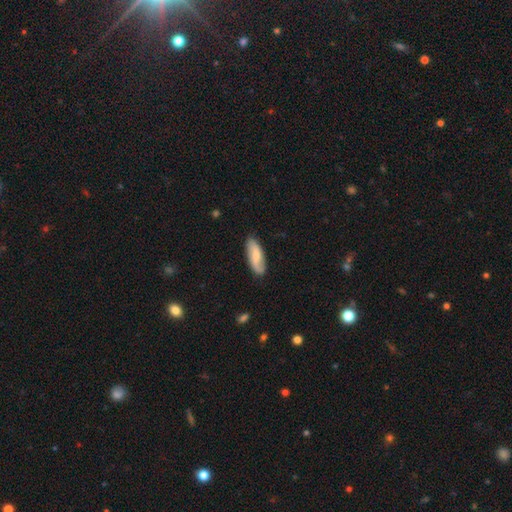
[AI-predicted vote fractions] Smooth or featured: smooth — 54% (featured or disk — 41%)
How rounded: in between — 69% (cigar-shaped — 29%)
Merging: none — 81% (minor disturbance — 15%)